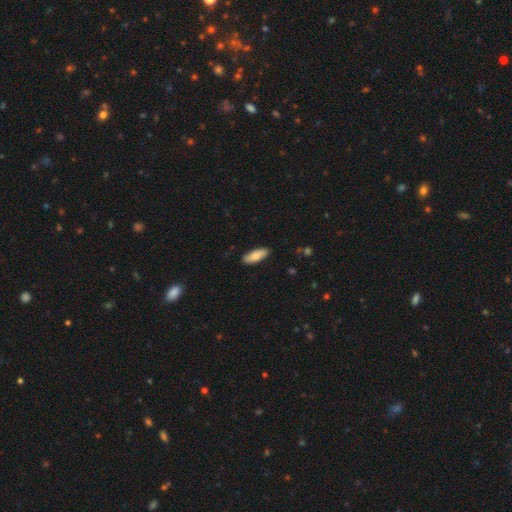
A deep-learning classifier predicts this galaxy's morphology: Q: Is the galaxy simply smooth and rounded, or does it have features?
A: smooth — 83%.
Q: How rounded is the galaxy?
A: in between — 71%.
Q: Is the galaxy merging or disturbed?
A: none — 86%.